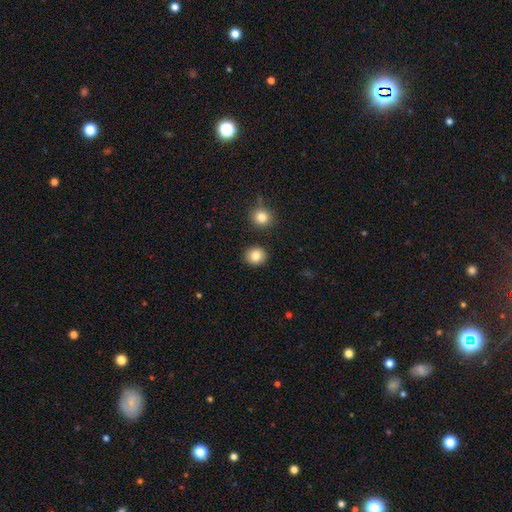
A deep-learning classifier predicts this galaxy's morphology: smooth-or-featured: smooth: 84% | star or artifact: 9% | featured or disk: 7%
  how-rounded: round: 82% | in between: 17% | cigar-shaped: 1%
  merging: none: 88% | minor disturbance: 7% | merger: 3% | major disturbance: 2%